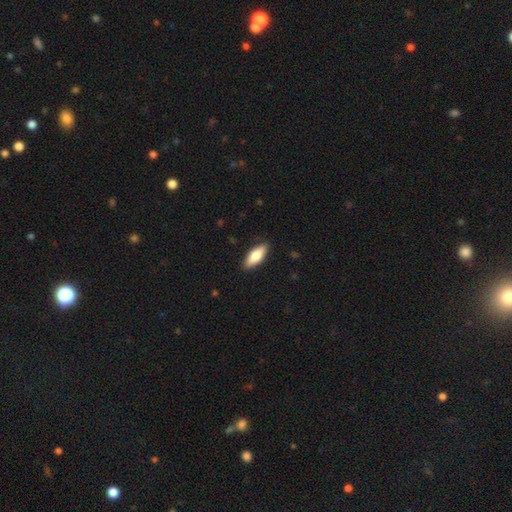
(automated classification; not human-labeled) smooth-or-featured: smooth: 72% | featured or disk: 22% | star or artifact: 6%
  how-rounded: in between: 71% | cigar-shaped: 27% | round: 2%
  merging: none: 88% | minor disturbance: 9% | major disturbance: 2% | merger: 1%